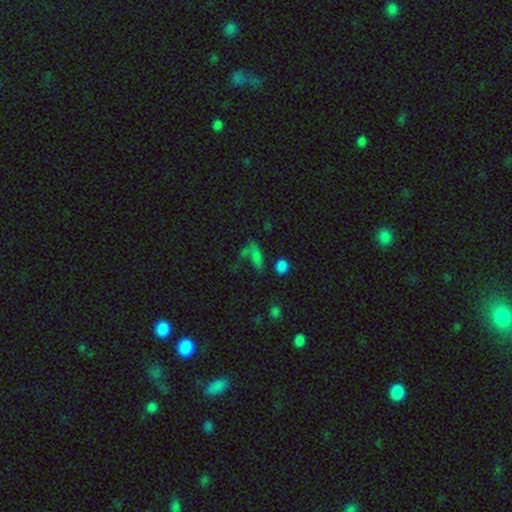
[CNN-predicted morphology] Overall: smooth (58%; star or artifact 26%). How rounded: in between (65%). Merging: none (38%; merger 23%).